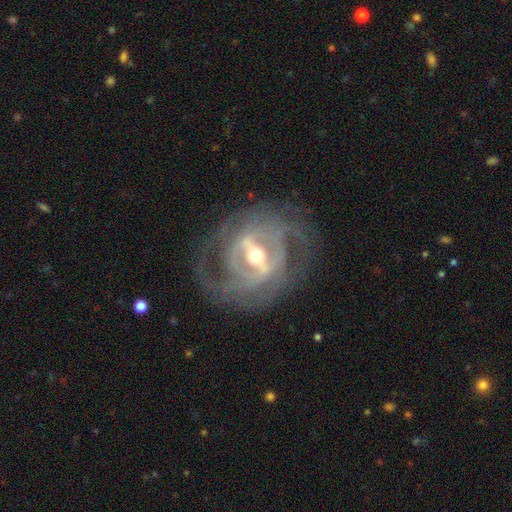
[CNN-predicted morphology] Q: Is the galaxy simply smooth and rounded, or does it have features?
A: featured or disk — 89%.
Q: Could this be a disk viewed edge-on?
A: no — 94%.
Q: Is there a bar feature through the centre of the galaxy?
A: strong — 64%.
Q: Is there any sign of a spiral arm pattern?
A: yes — 88%.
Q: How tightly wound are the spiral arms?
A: tight — 56%.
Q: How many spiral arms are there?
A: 2 — 36%.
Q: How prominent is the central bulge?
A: moderate — 63%.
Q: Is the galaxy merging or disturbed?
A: none — 73%.